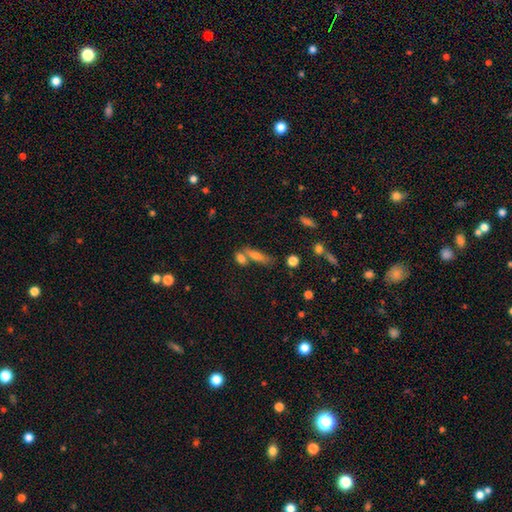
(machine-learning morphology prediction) A smooth galaxy with no disk features (60%) that is cigar-shaped (55%).

Vote fractions:
- Smooth or featured? smooth: 60% / featured or disk: 26% / star or artifact: 13%
- How rounded? cigar-shaped: 55% / in between: 38% / round: 7%
- Merging? none: 50% / merger: 35% / minor disturbance: 10% / major disturbance: 4%